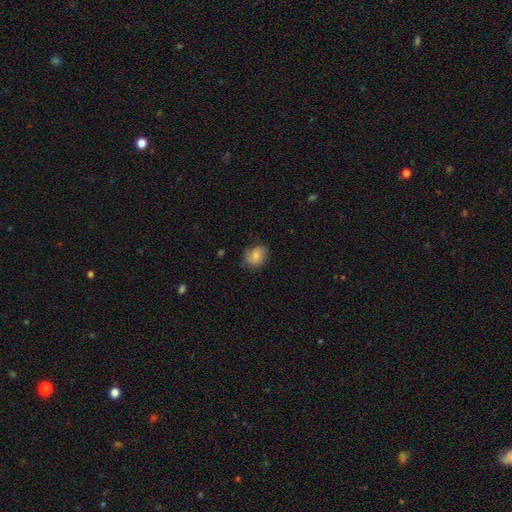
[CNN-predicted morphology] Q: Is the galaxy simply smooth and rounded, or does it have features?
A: smooth — 65%.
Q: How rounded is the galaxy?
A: round — 55%.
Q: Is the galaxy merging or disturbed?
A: none — 65%.